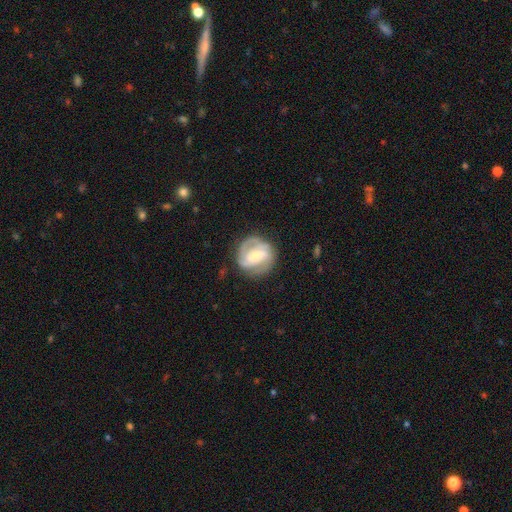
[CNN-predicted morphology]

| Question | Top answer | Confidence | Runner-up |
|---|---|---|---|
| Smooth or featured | featured or disk | 78% | smooth (17%) |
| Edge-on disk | no | 98% | yes (2%) |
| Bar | weak | 45% | strong (29%) |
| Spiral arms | yes | 92% | no (8%) |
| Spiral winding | medium | 43% | tight (42%) |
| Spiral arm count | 2 | 47% | 3 (25%) |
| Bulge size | moderate | 46% | small (45%) |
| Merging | none | 74% | minor disturbance (17%) |